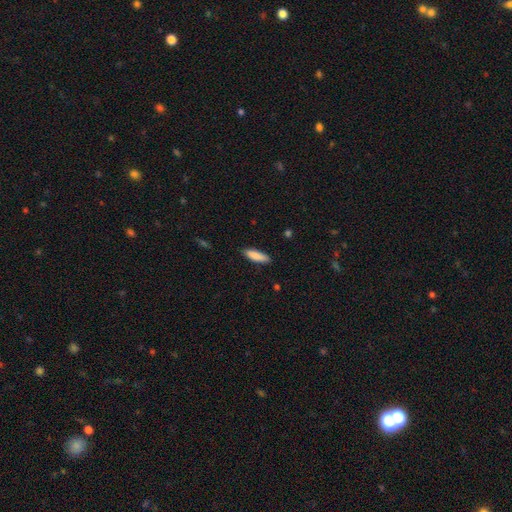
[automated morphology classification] A smooth galaxy with no disk features (87%) that is cigar-shaped (56%).

Vote fractions:
- Smooth or featured? smooth: 87% / featured or disk: 8% / star or artifact: 6%
- How rounded? cigar-shaped: 56% / in between: 42% / round: 1%
- Merging? none: 85% / minor disturbance: 12% / major disturbance: 2% / merger: 1%